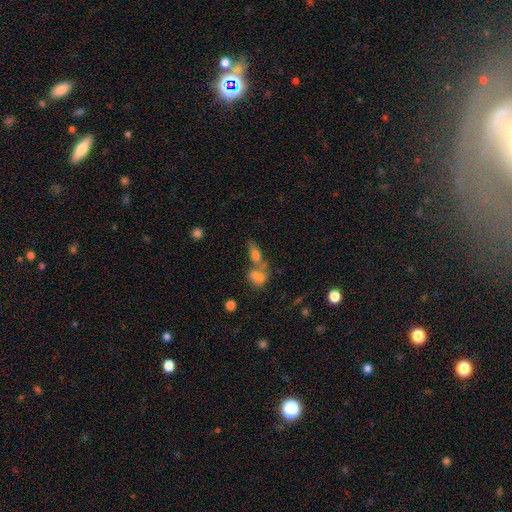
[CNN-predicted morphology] Smooth or featured?
  - smooth: 57% *
  - featured or disk: 28%
  - star or artifact: 15%
How rounded?
  - in between: 66% *
  - cigar-shaped: 18%
  - round: 17%
Merging?
  - merger: 50% *
  - none: 35%
  - minor disturbance: 9%
  - major disturbance: 6%